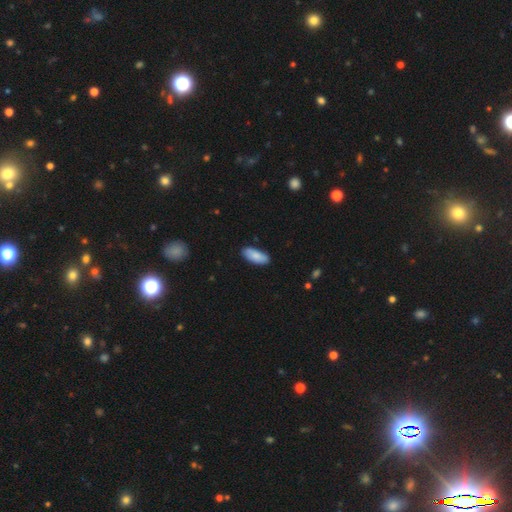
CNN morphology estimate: This is clearly a smooth galaxy (86%). How rounded: clearly in between (81%). Merging: clearly none (86%).